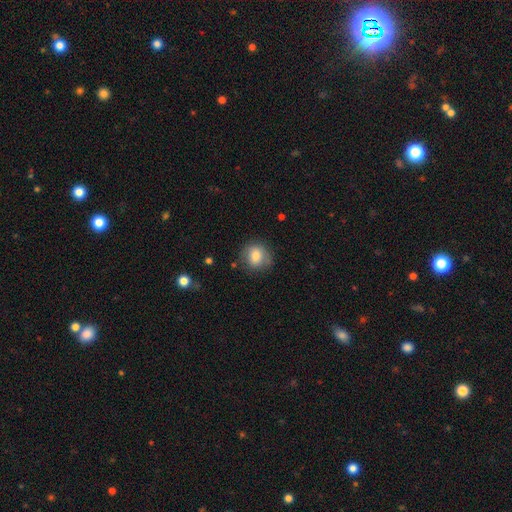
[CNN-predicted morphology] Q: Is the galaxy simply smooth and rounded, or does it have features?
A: smooth — 79%.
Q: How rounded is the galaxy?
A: round — 81%.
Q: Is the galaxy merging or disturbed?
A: none — 78%.